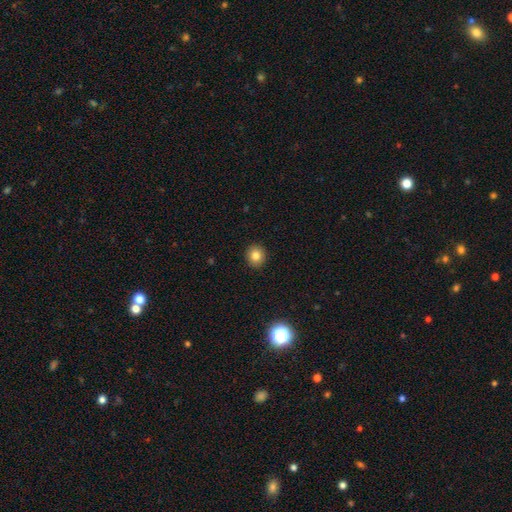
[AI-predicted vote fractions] Smooth or featured? smooth (82%)
How rounded? round (87%)
Merging? none (92%)